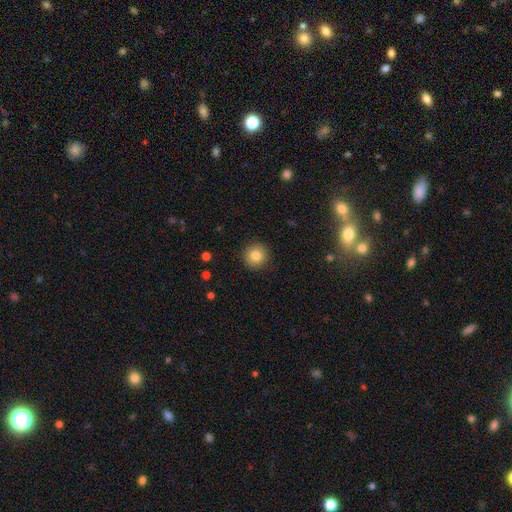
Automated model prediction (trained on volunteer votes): Smooth or featured? Predicted: smooth (p=0.83). How rounded? Predicted: round (p=0.95). Merging? Predicted: none (p=0.92).